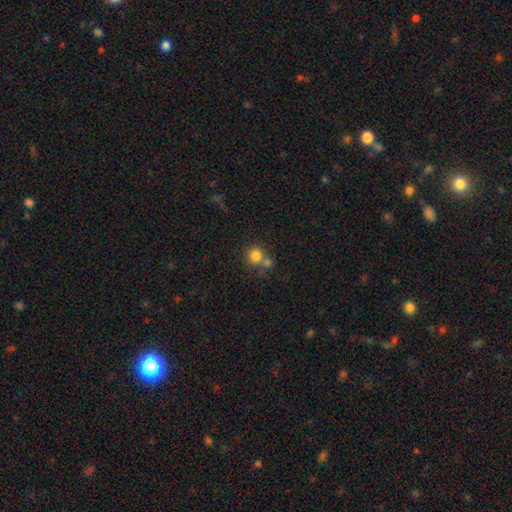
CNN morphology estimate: Q: Smooth or featured?
A: smooth (81%); runner-up: star or artifact (12%)
Q: How rounded?
A: round (89%); runner-up: in between (10%)
Q: Merging?
A: none (57%); runner-up: merger (31%)